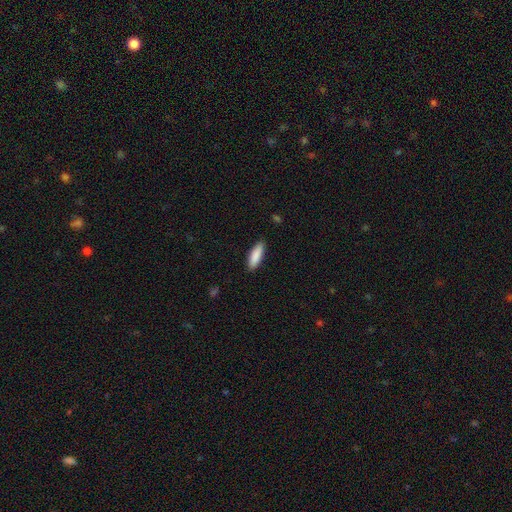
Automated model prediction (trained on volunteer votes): This appears to be a smooth galaxy with no disk features (88%) that is cigar-shaped (51%). Merging: none (88%).